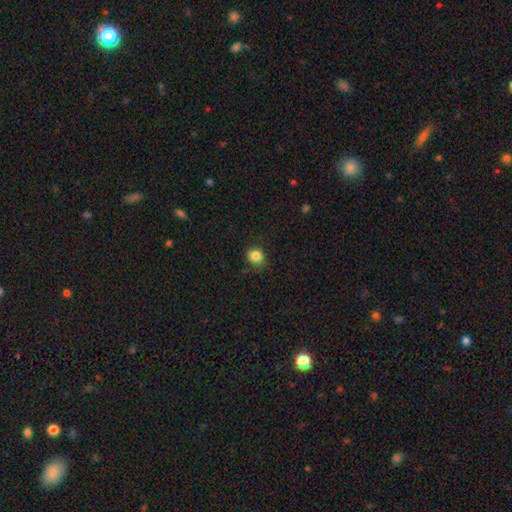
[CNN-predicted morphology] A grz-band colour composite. It shows a smooth galaxy with no disk features (84%) that is round (79%). Merging: none (79%).